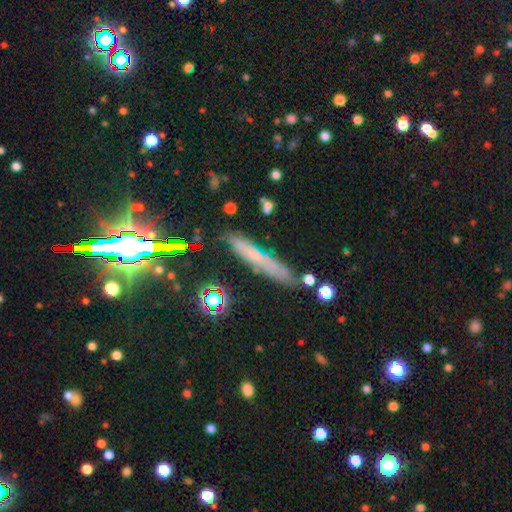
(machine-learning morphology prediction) Smooth or featured? Predicted: smooth (p=0.52). How rounded? Predicted: cigar-shaped (p=0.91). Merging? Predicted: none (p=0.77).